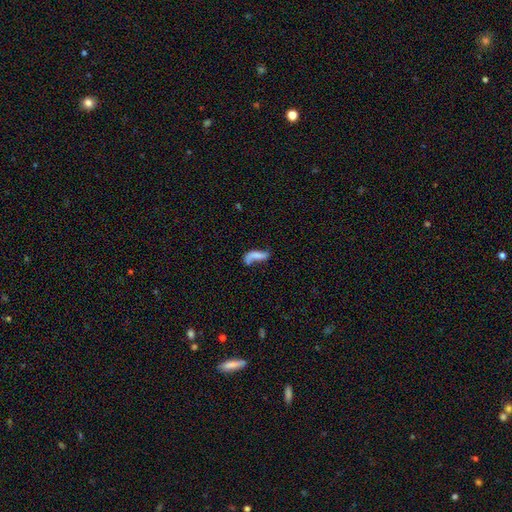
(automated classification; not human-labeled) Smooth or featured?
  - smooth: 58% *
  - featured or disk: 32%
  - star or artifact: 10%
How rounded?
  - in between: 50% *
  - cigar-shaped: 47%
  - round: 3%
Merging?
  - none: 36% *
  - major disturbance: 26%
  - minor disturbance: 21%
  - merger: 17%